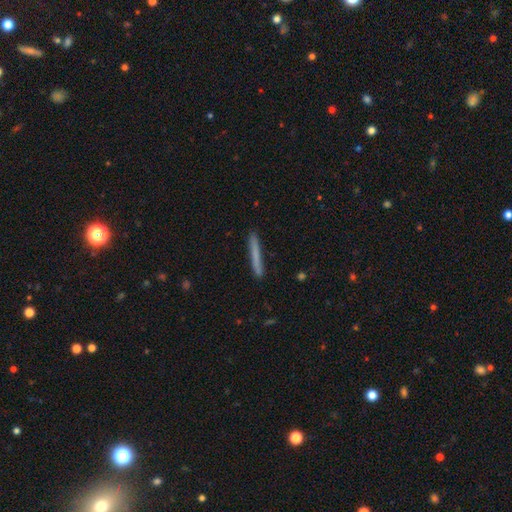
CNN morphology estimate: type=smooth (71%); roundness=cigar-shaped (97%); merging=none (89%).